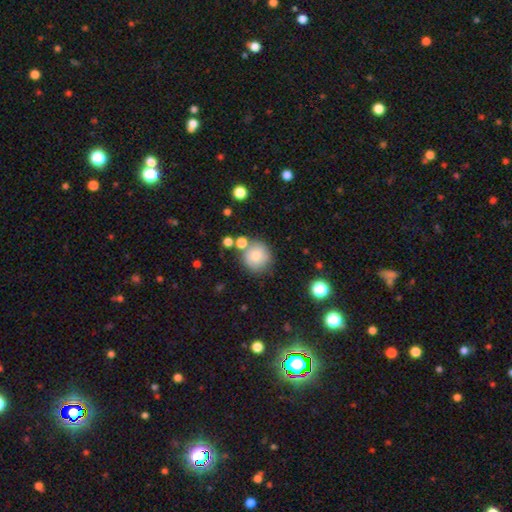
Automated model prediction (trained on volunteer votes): This appears to be a smooth galaxy with no disk features (76%) that is round (93%). Merging: none (71%).